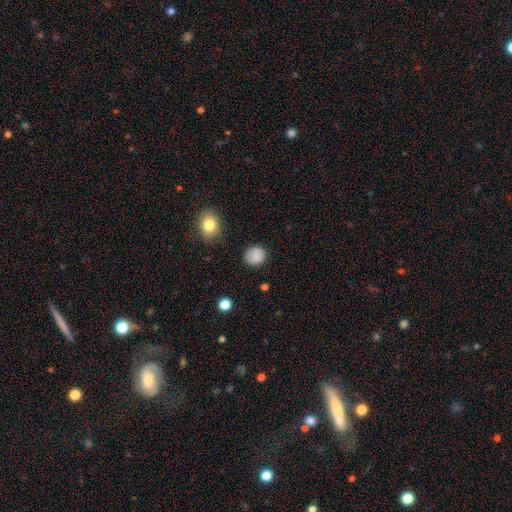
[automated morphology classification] The model was most divided on "how rounded": round: 84%, in between: 15%, cigar-shaped: 1%. More confident: smooth or featured — smooth (86%); merging — none (86%).